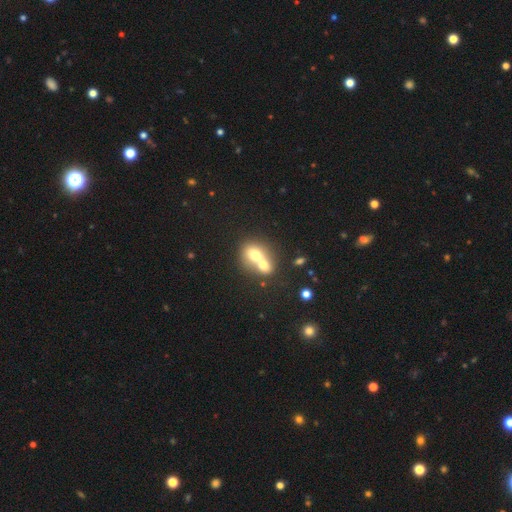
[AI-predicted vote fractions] Smooth or featured? Predicted: smooth (p=0.67). How rounded? Predicted: in between (p=0.55). Merging? Predicted: merger (p=0.75).